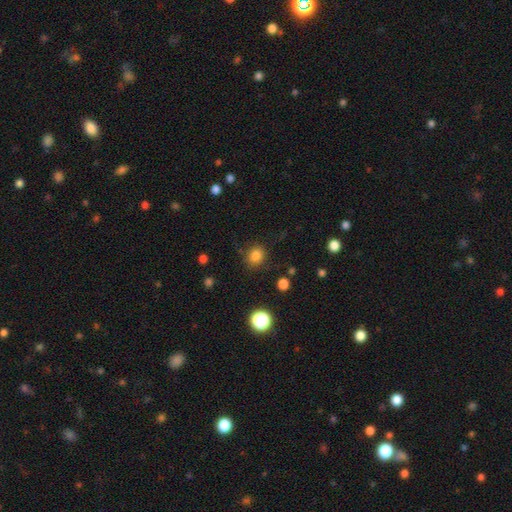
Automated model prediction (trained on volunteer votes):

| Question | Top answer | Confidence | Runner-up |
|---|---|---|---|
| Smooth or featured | smooth | 83% | star or artifact (13%) |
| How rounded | round | 79% | in between (20%) |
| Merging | none | 86% | minor disturbance (9%) |